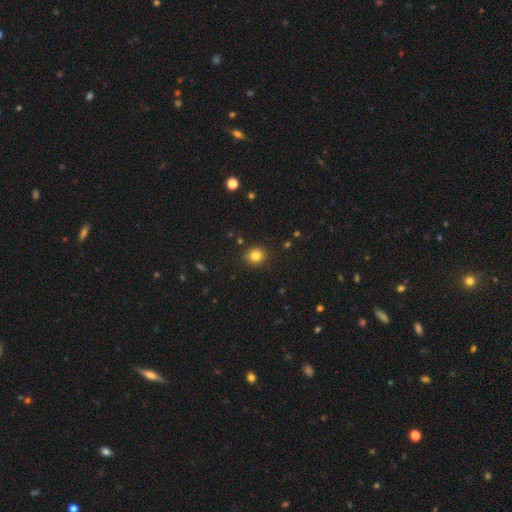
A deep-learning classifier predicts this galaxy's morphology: This is clearly a smooth galaxy (82%). How rounded: clearly round (80%). Merging: clearly none (89%).